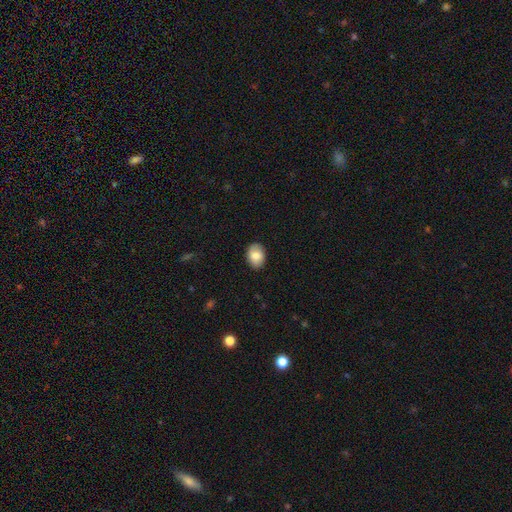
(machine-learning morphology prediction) smooth-or-featured: smooth: 83% | featured or disk: 10% | star or artifact: 7%
  how-rounded: in between: 77% | round: 22% | cigar-shaped: 1%
  merging: none: 86% | minor disturbance: 11% | major disturbance: 2% | merger: 1%